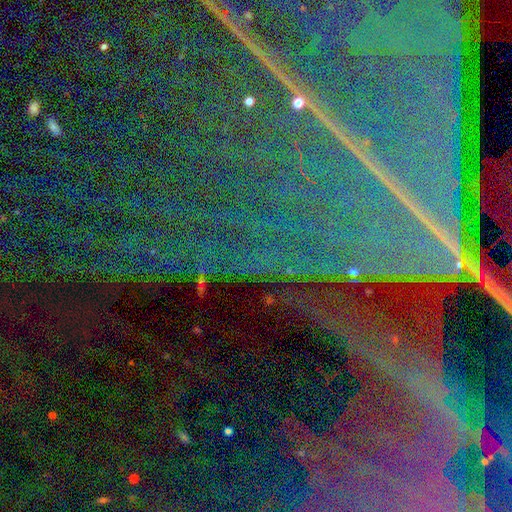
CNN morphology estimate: Overall: star or artifact (87%).